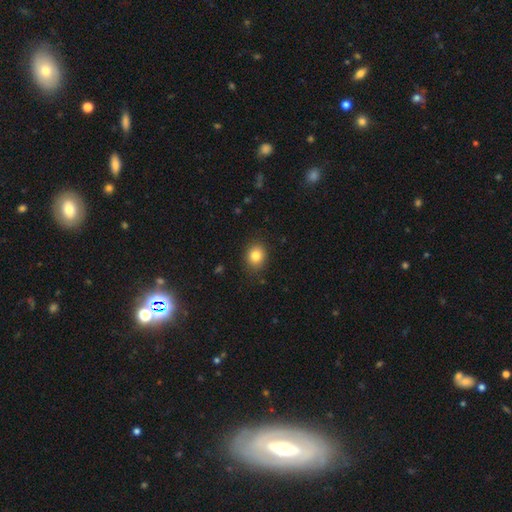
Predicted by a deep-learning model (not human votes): Smooth or featured?
  - smooth: 82% *
  - star or artifact: 11%
  - featured or disk: 7%
How rounded?
  - round: 67% *
  - in between: 33%
  - cigar-shaped: 1%
Merging?
  - none: 87% *
  - minor disturbance: 10%
  - major disturbance: 3%
  - merger: 1%